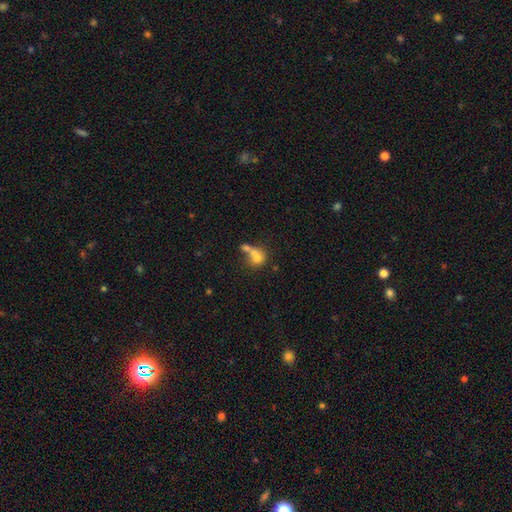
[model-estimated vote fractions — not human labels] Morphology: type=smooth (68%); roundness=round (61%); merging=merger (58%).